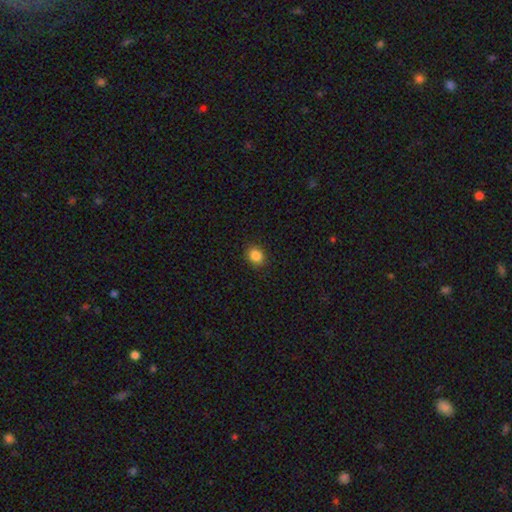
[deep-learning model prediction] Smooth or featured?
  - smooth: 85% *
  - star or artifact: 11%
  - featured or disk: 4%
How rounded?
  - round: 64% *
  - in between: 35%
  - cigar-shaped: 1%
Merging?
  - none: 90% *
  - minor disturbance: 7%
  - major disturbance: 2%
  - merger: 1%